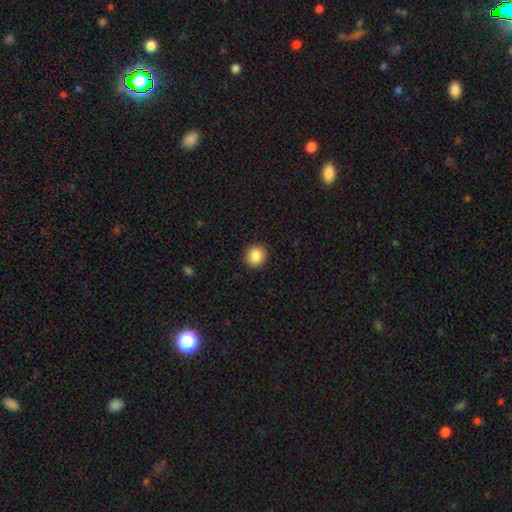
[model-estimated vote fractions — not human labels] Smooth or featured?
  - smooth: 87% *
  - star or artifact: 9%
  - featured or disk: 4%
How rounded?
  - round: 90% *
  - in between: 9%
  - cigar-shaped: 1%
Merging?
  - none: 92% *
  - minor disturbance: 6%
  - major disturbance: 2%
  - merger: 1%